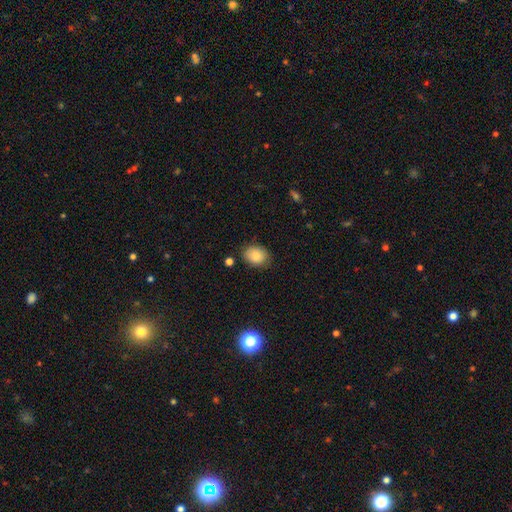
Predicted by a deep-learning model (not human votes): Morphology: type=smooth (85%); roundness=in between (62%); merging=none (81%).